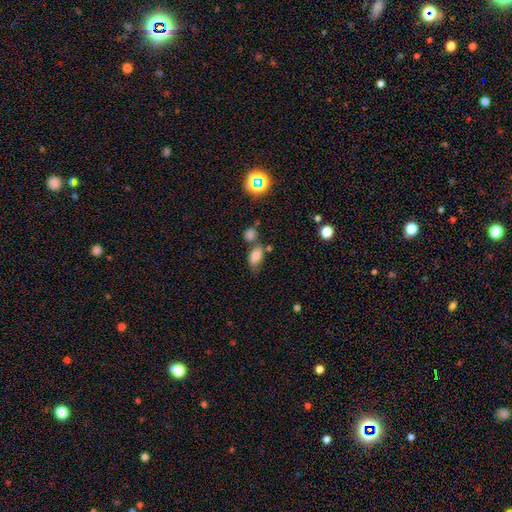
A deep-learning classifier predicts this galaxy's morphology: A smooth galaxy with no disk features (78%) that is in between round and cigar-shaped (88%).

Vote fractions:
- Smooth or featured? smooth: 78% / star or artifact: 13% / featured or disk: 10%
- How rounded? in between: 88% / round: 9% / cigar-shaped: 3%
- Merging? none: 45% / merger: 28% / minor disturbance: 19% / major disturbance: 8%